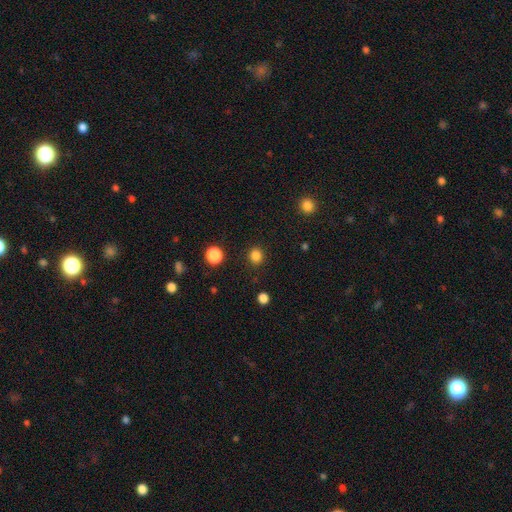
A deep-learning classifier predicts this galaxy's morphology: smooth_or_featured: smooth (p=0.84) [alt: star or artifact p=0.13]
how_rounded: round (p=0.82) [alt: in between p=0.17]
merging: none (p=0.89) [alt: minor disturbance p=0.07]